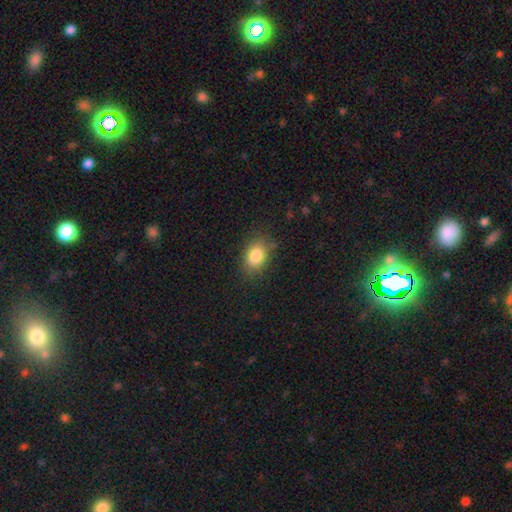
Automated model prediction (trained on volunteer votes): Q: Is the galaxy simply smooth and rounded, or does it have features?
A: smooth — 83%.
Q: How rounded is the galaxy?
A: in between — 72%.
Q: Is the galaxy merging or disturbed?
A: none — 79%.